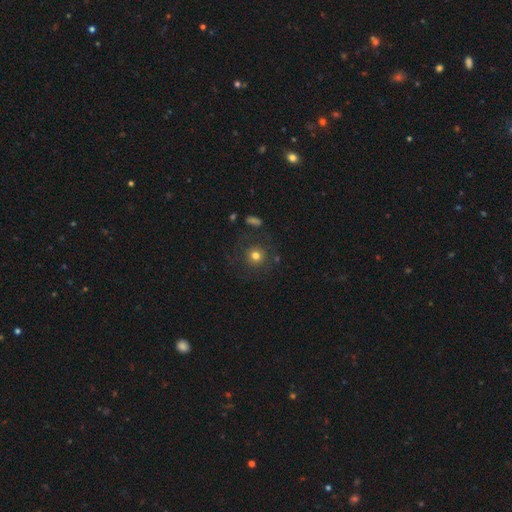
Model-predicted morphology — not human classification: smooth_or_featured: smooth (p=0.73) [alt: star or artifact p=0.15]
how_rounded: round (p=0.92) [alt: in between p=0.07]
merging: none (p=0.80) [alt: minor disturbance p=0.11]